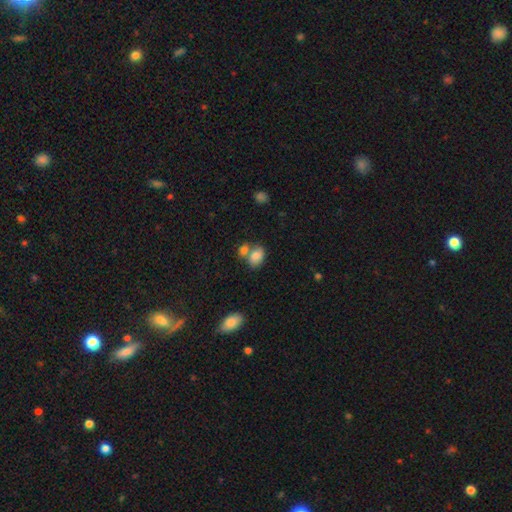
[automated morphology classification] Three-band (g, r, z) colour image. It shows a smooth galaxy with no disk features (81%) that is in between round and cigar-shaped (78%). Merging: merger (44%).